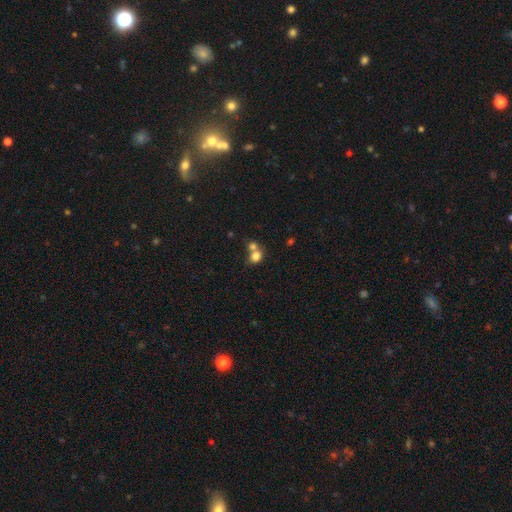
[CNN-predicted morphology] A smooth galaxy with no disk features (78%) that is round (68%).

Vote fractions:
- Smooth or featured? smooth: 78% / star or artifact: 12% / featured or disk: 10%
- How rounded? round: 68% / in between: 31% / cigar-shaped: 1%
- Merging? merger: 51% / none: 38% / minor disturbance: 7% / major disturbance: 4%